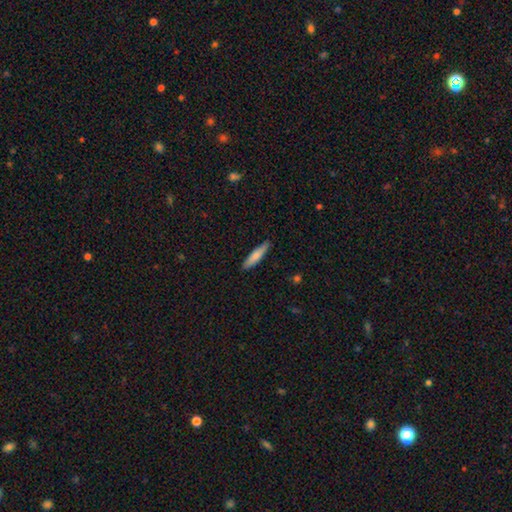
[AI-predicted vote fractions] smooth 77%, featured or disk 18%, star or artifact 5%. Down the decision tree: how rounded — cigar-shaped (85%); merging — none (89%).